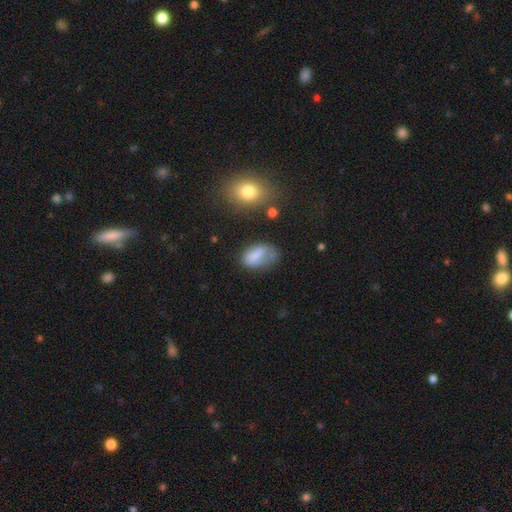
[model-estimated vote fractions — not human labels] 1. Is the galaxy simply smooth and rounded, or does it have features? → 74% smooth, 16% featured or disk, 10% star or artifact.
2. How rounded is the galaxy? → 89% in between, 7% round, 4% cigar-shaped.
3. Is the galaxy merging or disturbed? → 45% none, 30% minor disturbance, 20% major disturbance, 5% merger.